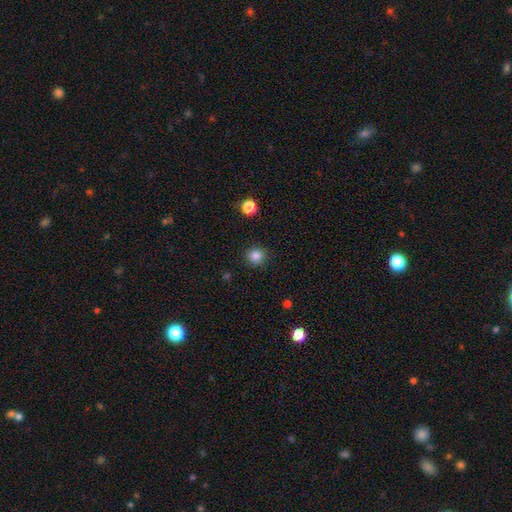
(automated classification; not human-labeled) Smooth or featured? Predicted: smooth (p=0.84). How rounded? Predicted: round (p=0.89). Merging? Predicted: none (p=0.91).